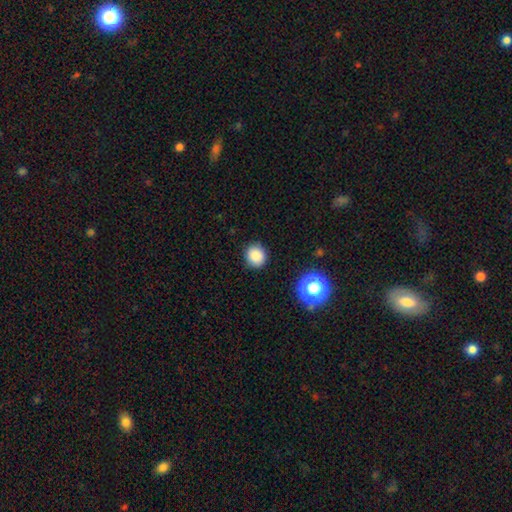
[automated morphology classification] Smooth or featured: smooth — 84% (star or artifact — 11%)
How rounded: round — 82% (in between — 17%)
Merging: none — 88% (minor disturbance — 8%)